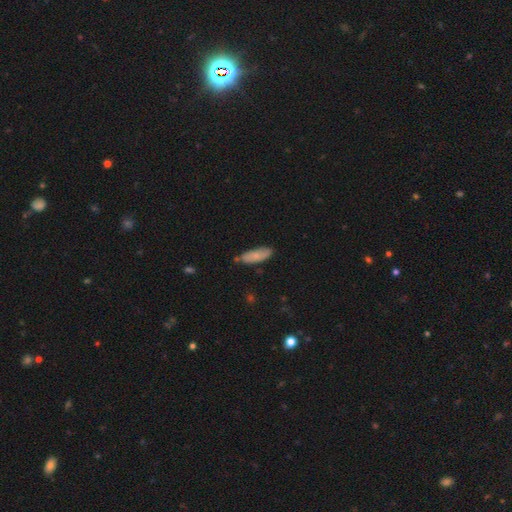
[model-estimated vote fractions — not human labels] A smooth galaxy with no disk features (76%) that is in between round and cigar-shaped (60%). Merging: none (74%).